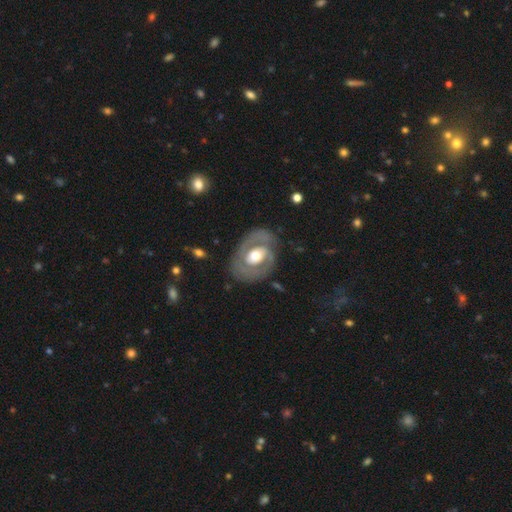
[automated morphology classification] Overall: featured or disk (73%). Edge-on disk: no (96%). Bar: no (57%; weak 29%). Spiral arms: yes (62%; no 38%). Bulge size: moderate (59%; large 30%). Merging: none (73%).